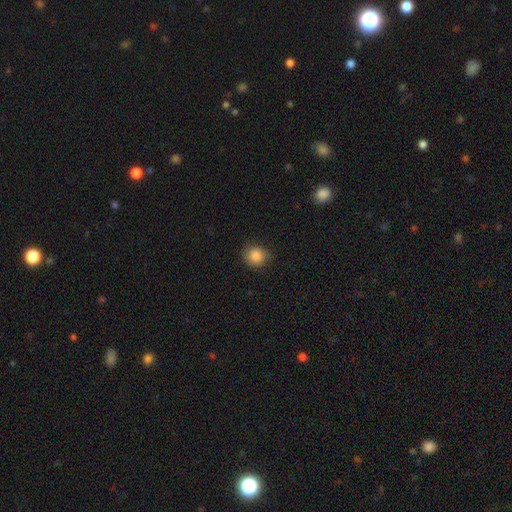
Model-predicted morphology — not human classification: This appears to be a smooth galaxy with no disk features (86%) that is round (86%). Merging: none (84%).